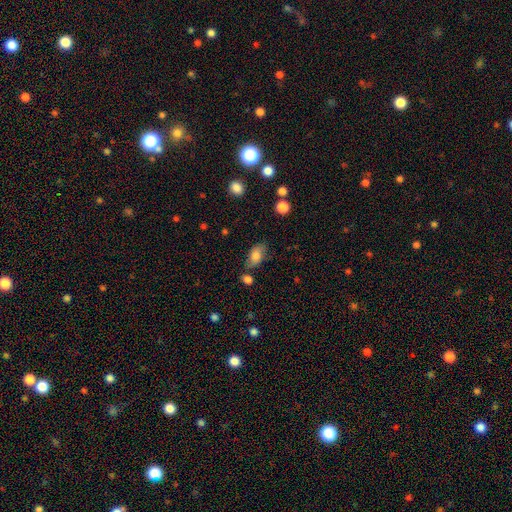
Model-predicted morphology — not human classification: smooth-or-featured: smooth: 79% | featured or disk: 13% | star or artifact: 8%
  how-rounded: in between: 90% | round: 6% | cigar-shaped: 4%
  merging: none: 67% | minor disturbance: 21% | merger: 6% | major disturbance: 6%